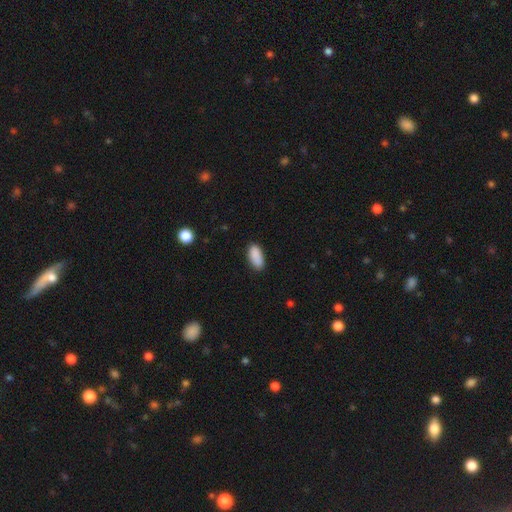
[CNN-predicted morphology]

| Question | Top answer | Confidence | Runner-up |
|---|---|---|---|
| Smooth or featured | smooth | 89% | star or artifact (7%) |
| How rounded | in between | 90% | cigar-shaped (8%) |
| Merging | none | 82% | minor disturbance (14%) |